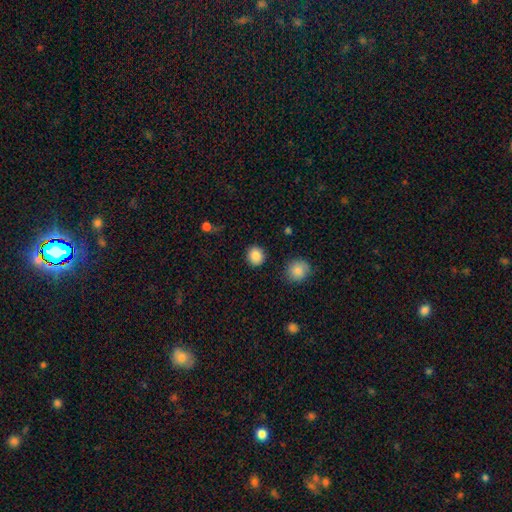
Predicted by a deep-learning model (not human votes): Overall: smooth (87%). How rounded: round (88%). Merging: none (90%).